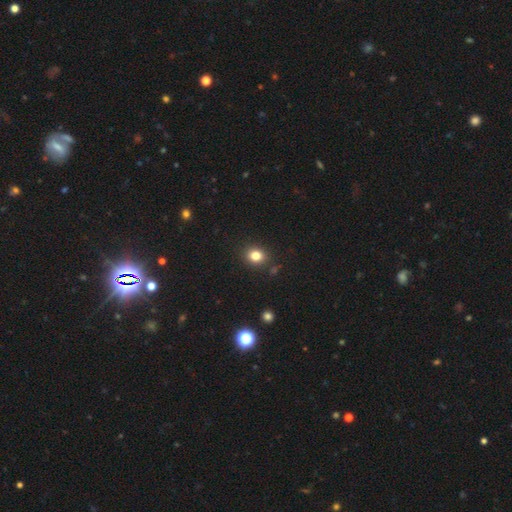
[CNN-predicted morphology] A smooth galaxy with no disk features (82%) that is round (64%). Merging: none (88%).